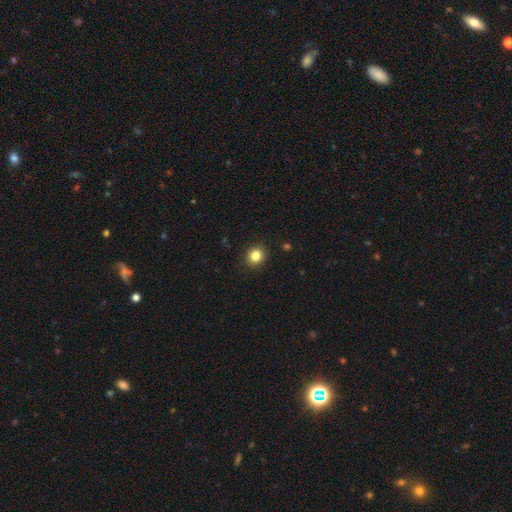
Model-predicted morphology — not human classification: Q: Smooth or featured?
A: smooth (83%); runner-up: star or artifact (12%)
Q: How rounded?
A: round (83%); runner-up: in between (16%)
Q: Merging?
A: none (91%); runner-up: minor disturbance (6%)